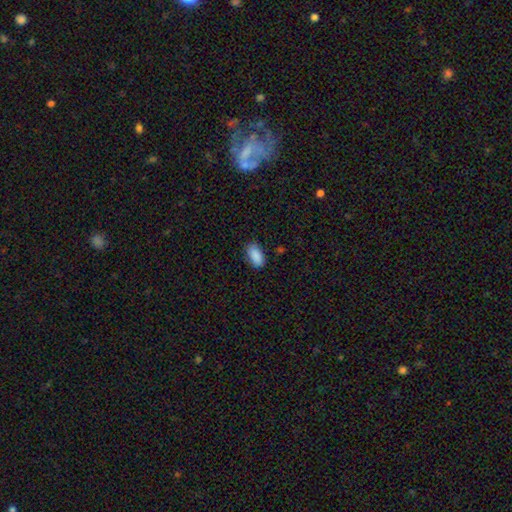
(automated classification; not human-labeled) Morphology: type=smooth (90%); roundness=in between (93%); merging=none (83%).